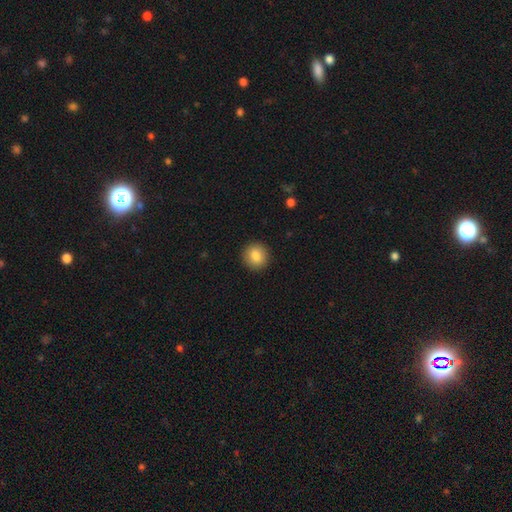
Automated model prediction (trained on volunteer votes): smooth-or-featured: smooth: 85% | star or artifact: 9% | featured or disk: 6%
  how-rounded: round: 91% | in between: 8% | cigar-shaped: 1%
  merging: none: 92% | minor disturbance: 5% | major disturbance: 2% | merger: 1%